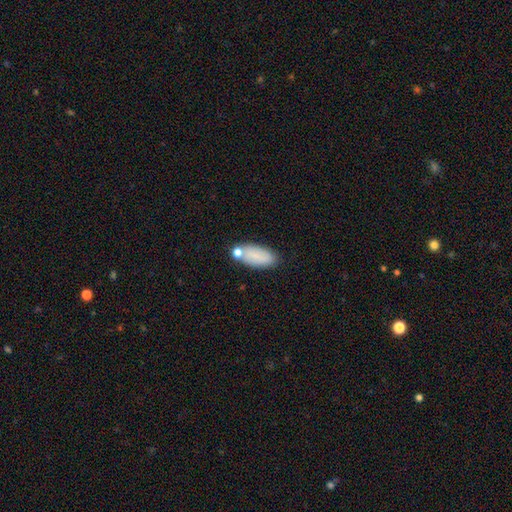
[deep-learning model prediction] A smooth galaxy with no disk features (82%) that is in between round and cigar-shaped (88%).

Vote fractions:
- Smooth or featured? smooth: 82% / featured or disk: 10% / star or artifact: 8%
- How rounded? in between: 88% / cigar-shaped: 9% / round: 3%
- Merging? none: 65% / minor disturbance: 16% / merger: 15% / major disturbance: 5%